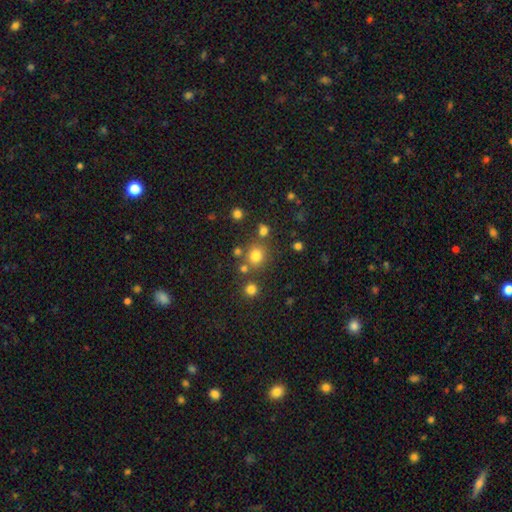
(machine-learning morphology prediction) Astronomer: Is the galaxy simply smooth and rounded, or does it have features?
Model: smooth — 76%.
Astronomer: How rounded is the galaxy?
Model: round — 84%.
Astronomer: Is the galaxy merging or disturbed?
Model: none — 74%.